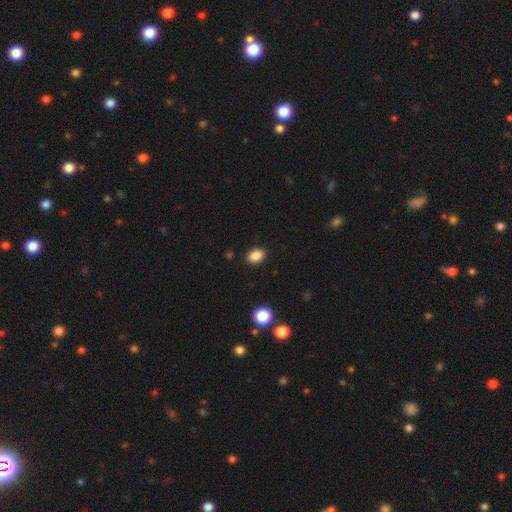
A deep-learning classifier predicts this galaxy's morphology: smooth 86%, star or artifact 10%, featured or disk 4%. Down the decision tree: how rounded — in between (75%); merging — none (88%).